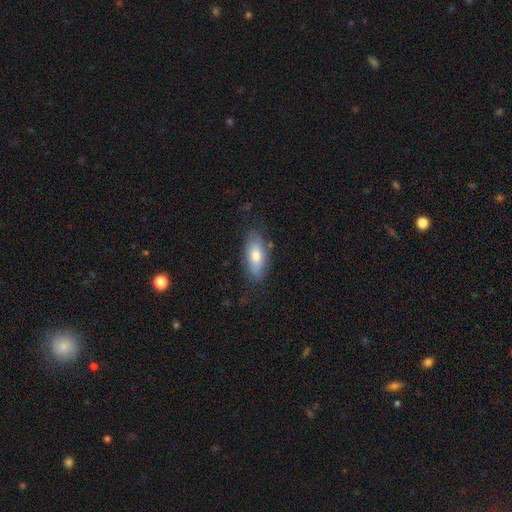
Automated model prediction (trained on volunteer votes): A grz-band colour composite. It shows a smooth galaxy with no disk features (68%) that is in between round and cigar-shaped (79%). Merging: none (75%).